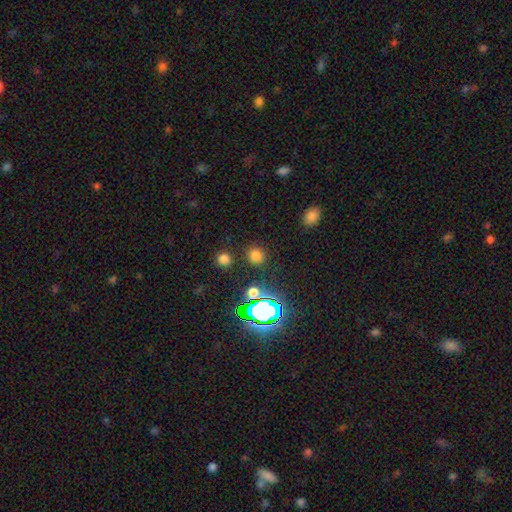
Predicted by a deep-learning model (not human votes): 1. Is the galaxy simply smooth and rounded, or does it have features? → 71% smooth, 24% star or artifact, 5% featured or disk.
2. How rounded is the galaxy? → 89% round, 10% in between, 1% cigar-shaped.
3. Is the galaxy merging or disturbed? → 86% none, 7% minor disturbance, 3% merger, 3% major disturbance.